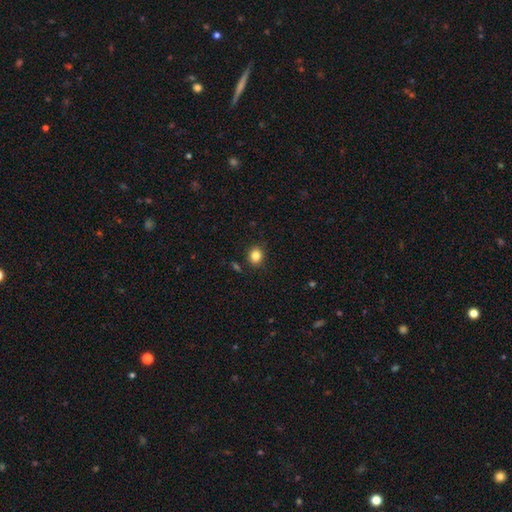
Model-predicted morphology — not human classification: Smooth or featured? smooth (84%)
How rounded? round (64%)
Merging? none (87%)